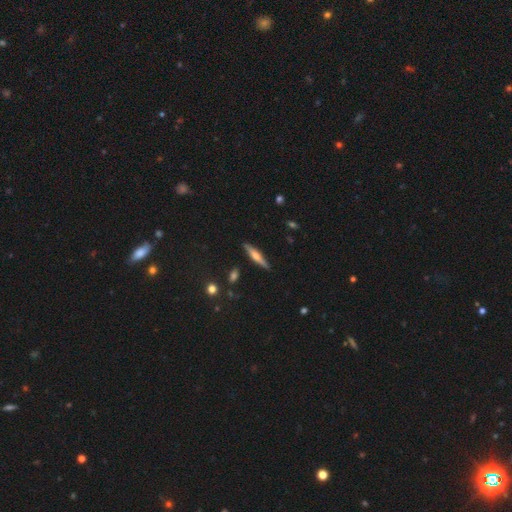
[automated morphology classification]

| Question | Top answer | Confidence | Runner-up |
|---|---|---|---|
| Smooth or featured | featured or disk | 58% | smooth (35%) |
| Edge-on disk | yes | 96% | no (4%) |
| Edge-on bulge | rounded | 83% | boxy (9%) |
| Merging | none | 87% | minor disturbance (9%) |